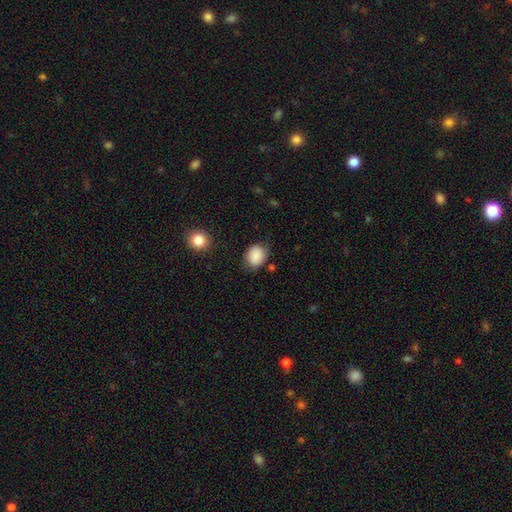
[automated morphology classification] type=smooth (87%); roundness=round (53%); merging=none (71%).